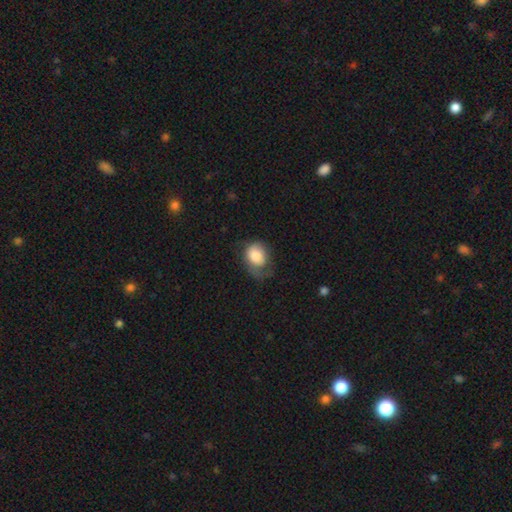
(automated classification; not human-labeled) Smooth or featured? smooth (77%)
How rounded? in between (52%)
Merging? minor disturbance (36%)